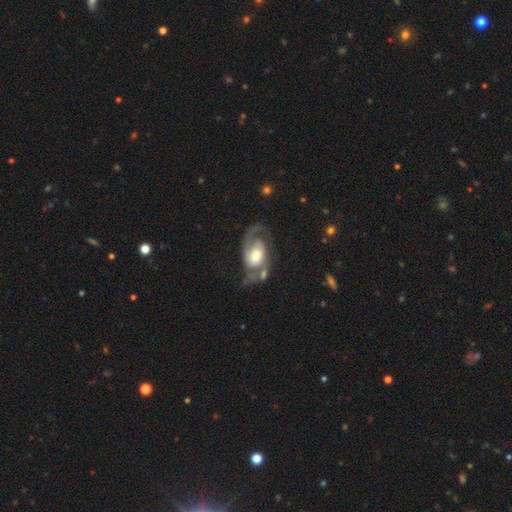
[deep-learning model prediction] Smooth or featured?
  - featured or disk: 79% *
  - smooth: 15%
  - star or artifact: 5%
Edge-on disk?
  - no: 96% *
  - yes: 4%
Bar?
  - no: 55% *
  - weak: 35%
  - strong: 10%
Spiral arms?
  - yes: 90% *
  - no: 10%
Spiral winding?
  - medium: 45% *
  - loose: 29%
  - tight: 26%
Spiral arm count?
  - 2: 74% *
  - 1: 14%
  - can't tell: 7%
  - 3: 2%
  - 4: 1%
  - more than 4: 1%
Bulge size?
  - moderate: 48% *
  - large: 32%
  - small: 14%
  - dominant: 3%
  - none: 3%
Merging?
  - none: 43% *
  - major disturbance: 24%
  - minor disturbance: 20%
  - merger: 13%